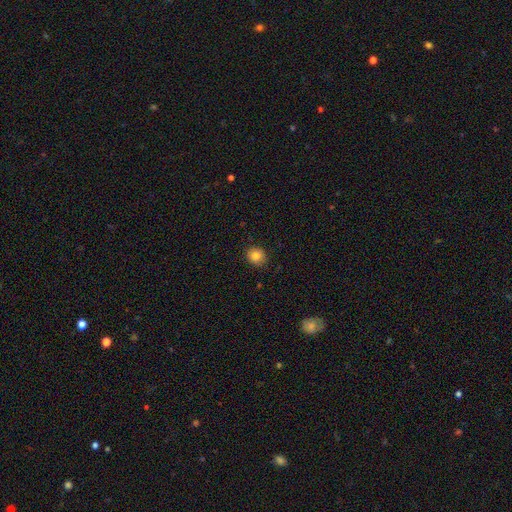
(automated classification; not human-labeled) Morphology: type=smooth (83%); roundness=round (81%); merging=none (88%).